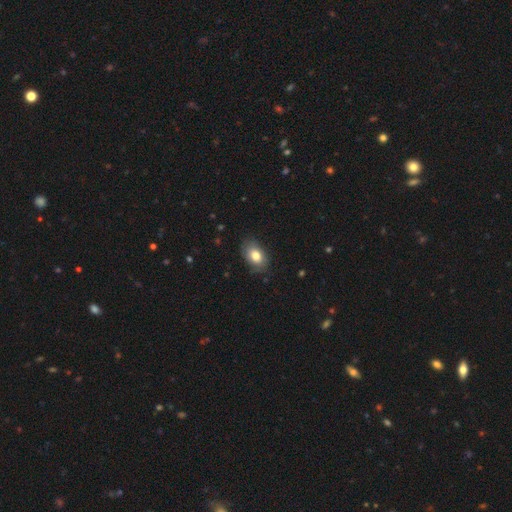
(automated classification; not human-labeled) Q: Smooth or featured?
A: smooth (80%); runner-up: featured or disk (12%)
Q: How rounded?
A: in between (84%); runner-up: round (15%)
Q: Merging?
A: none (80%); runner-up: minor disturbance (16%)